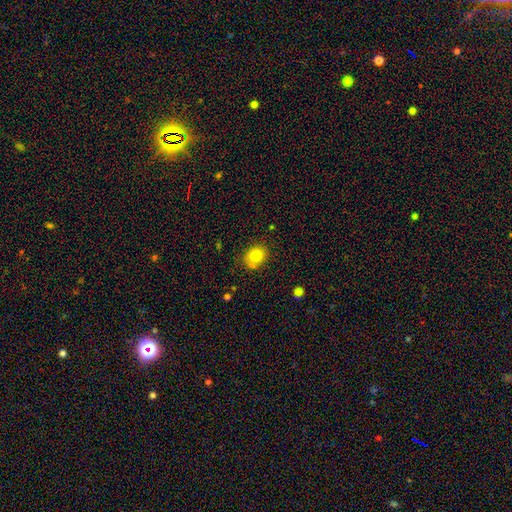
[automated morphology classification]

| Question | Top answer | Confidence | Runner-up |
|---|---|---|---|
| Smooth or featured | smooth | 79% | star or artifact (11%) |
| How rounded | round | 65% | in between (34%) |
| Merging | none | 71% | minor disturbance (14%) |